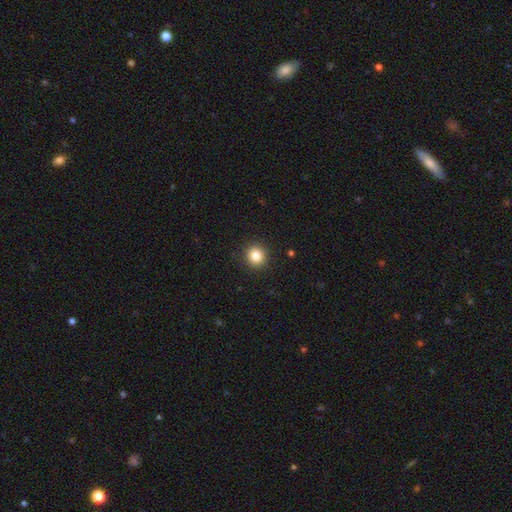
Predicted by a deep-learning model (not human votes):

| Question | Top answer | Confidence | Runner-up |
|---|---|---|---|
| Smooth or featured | smooth | 84% | star or artifact (11%) |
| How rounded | round | 93% | in between (6%) |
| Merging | none | 93% | minor disturbance (5%) |